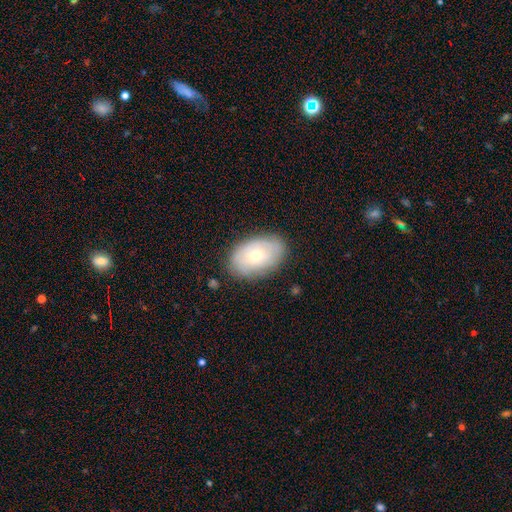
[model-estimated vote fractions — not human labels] smooth_or_featured: smooth (p=0.58) [alt: featured or disk p=0.34]
how_rounded: in between (p=0.86) [alt: round p=0.13]
merging: none (p=0.81) [alt: minor disturbance p=0.14]